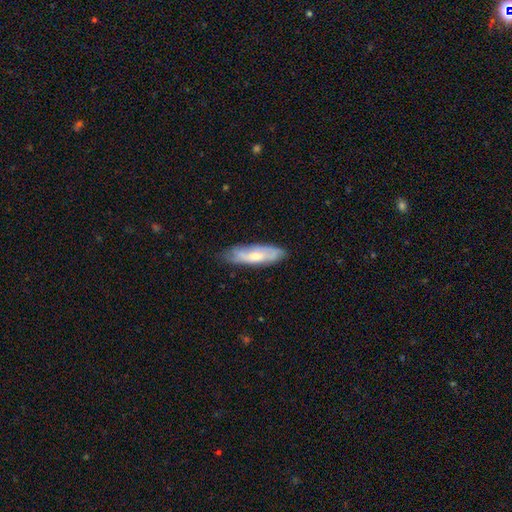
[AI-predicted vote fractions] Smooth or featured?
  - smooth: 53% *
  - featured or disk: 41%
  - star or artifact: 6%
How rounded?
  - cigar-shaped: 50% *
  - in between: 48%
  - round: 2%
Merging?
  - none: 73% *
  - minor disturbance: 21%
  - major disturbance: 4%
  - merger: 1%